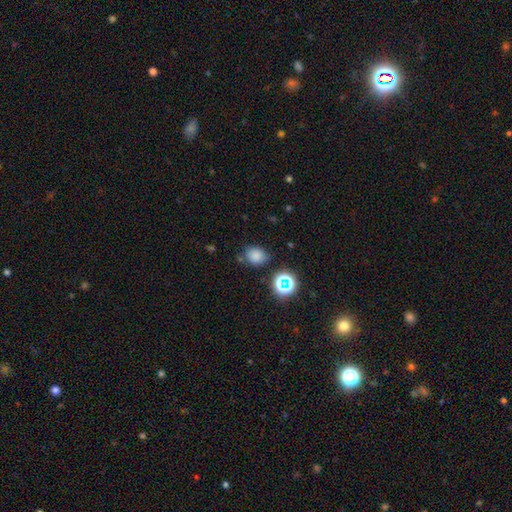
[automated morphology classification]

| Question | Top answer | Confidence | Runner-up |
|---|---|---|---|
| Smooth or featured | smooth | 78% | star or artifact (16%) |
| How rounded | round | 57% | in between (42%) |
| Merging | none | 74% | minor disturbance (16%) |